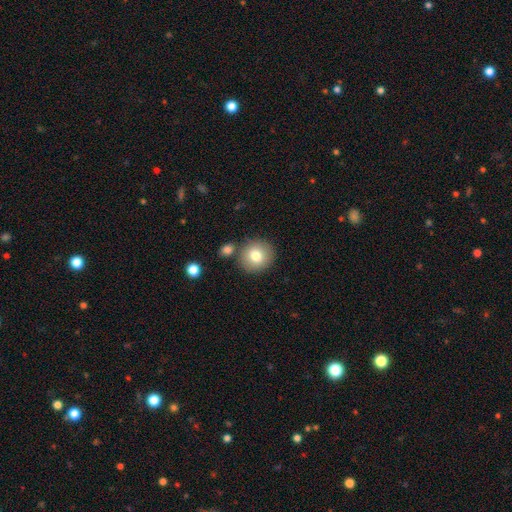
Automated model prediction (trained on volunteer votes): Smooth or featured? smooth (78%)
How rounded? round (88%)
Merging? none (79%)